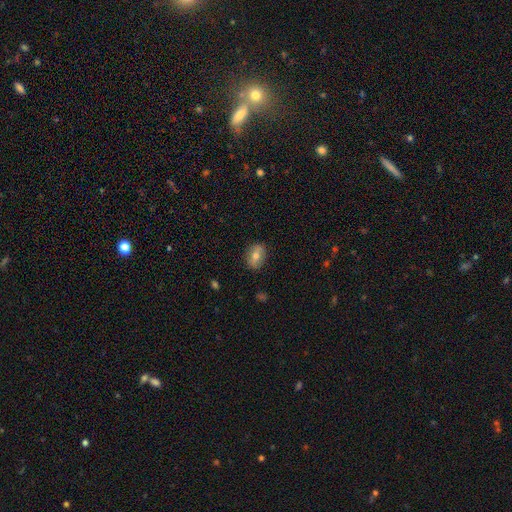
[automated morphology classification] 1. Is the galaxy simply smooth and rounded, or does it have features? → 63% smooth, 27% featured or disk, 9% star or artifact.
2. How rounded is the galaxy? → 71% in between, 27% round, 2% cigar-shaped.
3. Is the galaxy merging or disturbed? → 86% none, 11% minor disturbance, 3% major disturbance, 1% merger.